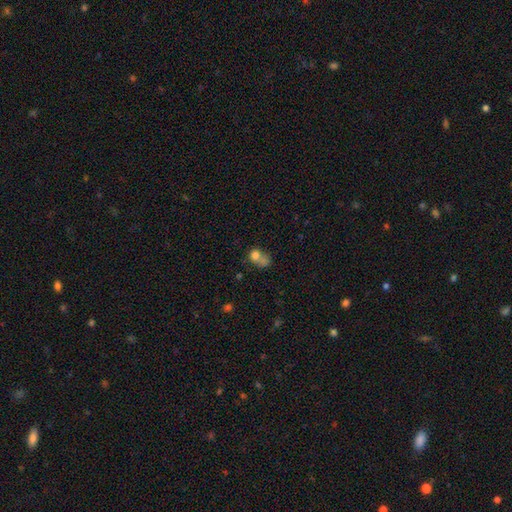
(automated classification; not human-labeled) Smooth or featured?
  - smooth: 73% *
  - featured or disk: 15%
  - star or artifact: 12%
How rounded?
  - round: 59% *
  - in between: 40%
  - cigar-shaped: 1%
Merging?
  - merger: 53% *
  - none: 24%
  - minor disturbance: 11%
  - major disturbance: 11%